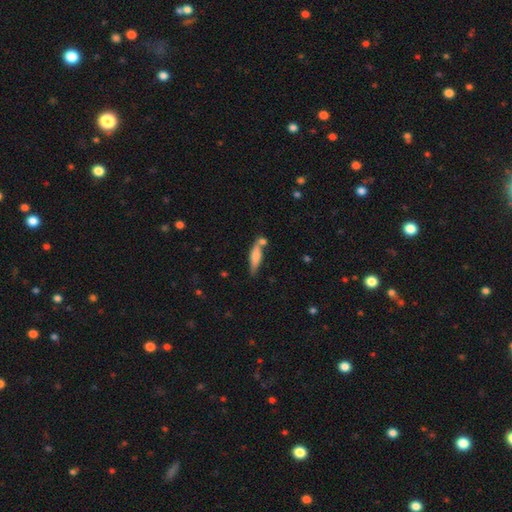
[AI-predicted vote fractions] Morphology: type=smooth (66%); roundness=cigar-shaped (69%); merging=none (57%).